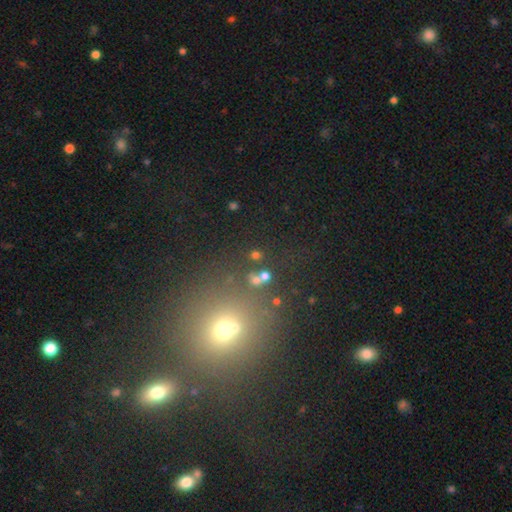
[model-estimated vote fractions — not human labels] Smooth or featured: smooth — 53% (star or artifact — 35%)
How rounded: round — 78% (in between — 20%)
Merging: none — 71% (merger — 15%)